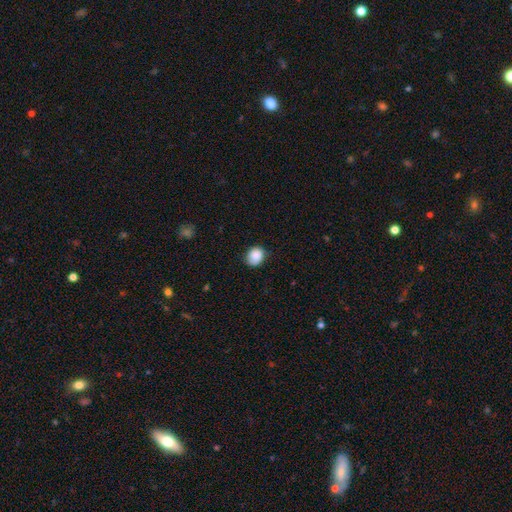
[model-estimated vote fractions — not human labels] smooth_or_featured: smooth (p=0.88) [alt: star or artifact p=0.08]
how_rounded: round (p=0.67) [alt: in between p=0.32]
merging: none (p=0.75) [alt: minor disturbance p=0.20]